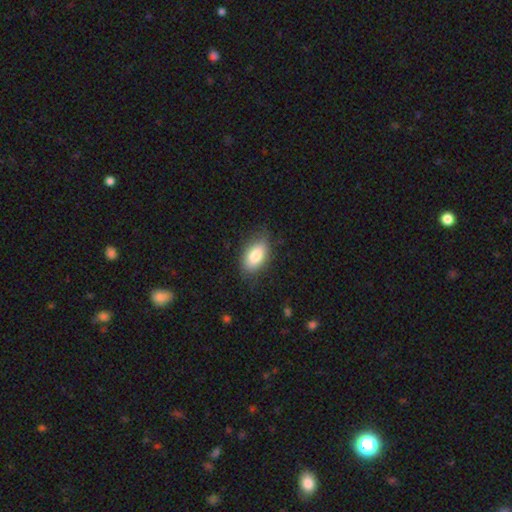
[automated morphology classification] smooth_or_featured: smooth (p=0.81) [alt: featured or disk p=0.12]
how_rounded: in between (p=0.91) [alt: round p=0.06]
merging: none (p=0.78) [alt: minor disturbance p=0.17]